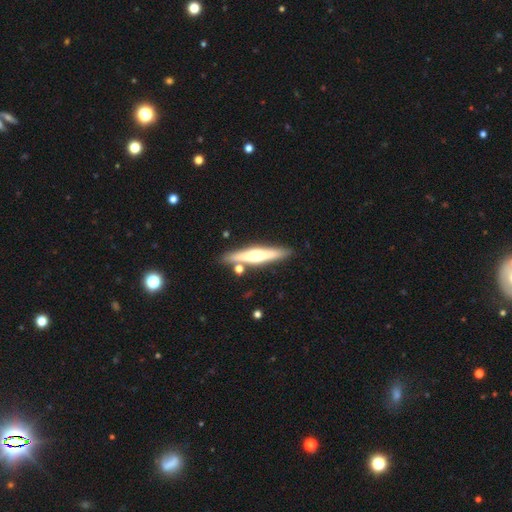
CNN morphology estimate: Smooth or featured? featured or disk (59%)
Edge-on disk? yes (96%)
Edge-on bulge? rounded (85%)
Merging? none (84%)